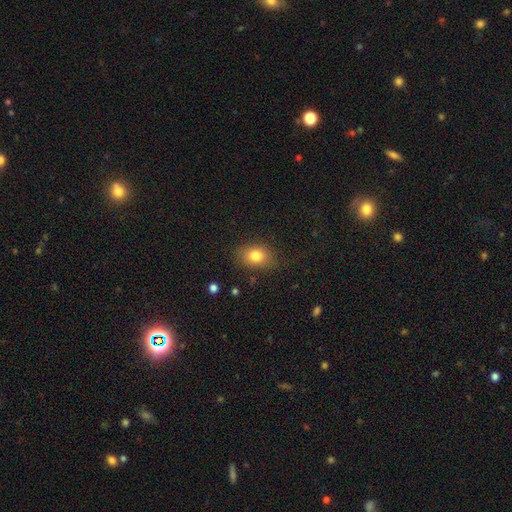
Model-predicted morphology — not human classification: Overall: smooth (81%). How rounded: in between (71%). Merging: none (80%).